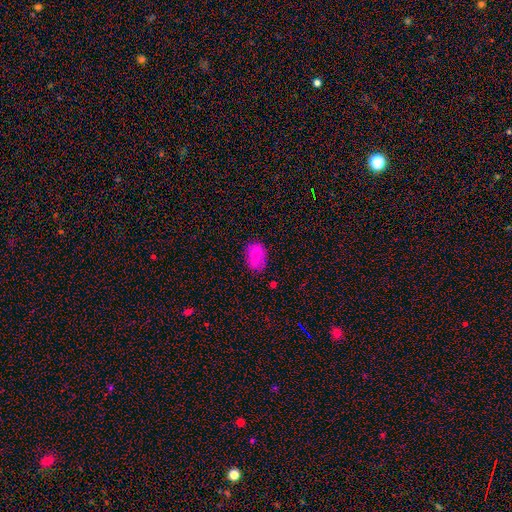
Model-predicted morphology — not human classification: This appears to be a smooth galaxy with no disk features (76%) that is in between round and cigar-shaped (82%). Merging: none (76%).